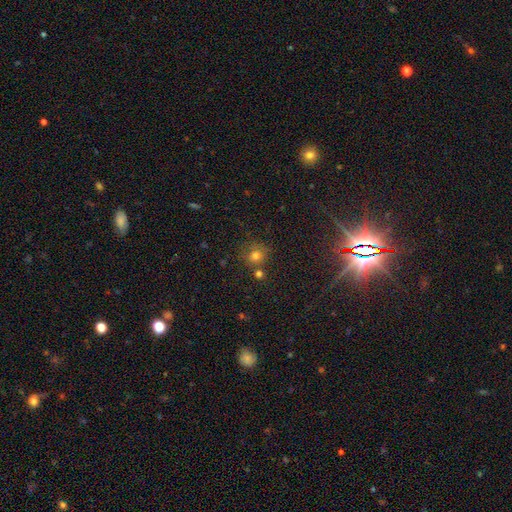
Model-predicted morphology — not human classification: Overall: smooth (74%). How rounded: round (86%). Merging: none (65%).